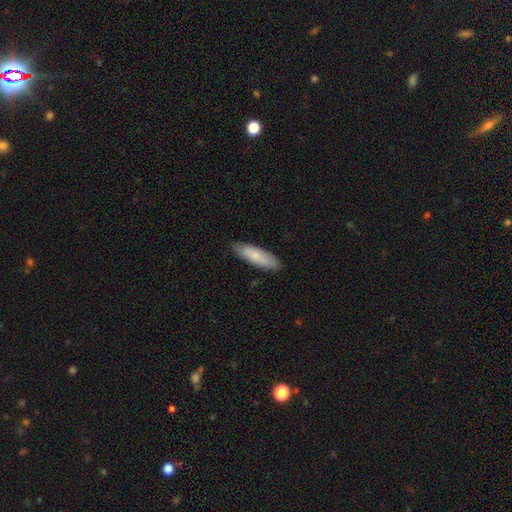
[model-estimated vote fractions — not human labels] smooth-or-featured: smooth: 78% | featured or disk: 16% | star or artifact: 5%
  how-rounded: cigar-shaped: 57% | in between: 42% | round: 2%
  merging: none: 86% | minor disturbance: 11% | major disturbance: 2% | merger: 1%